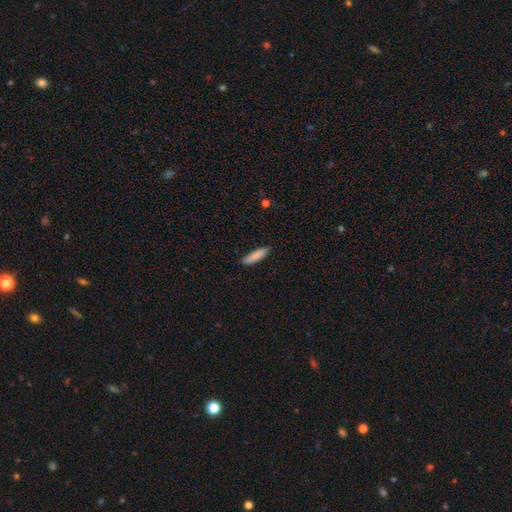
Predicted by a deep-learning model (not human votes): Overall: smooth (87%). How rounded: cigar-shaped (73%). Merging: none (88%).